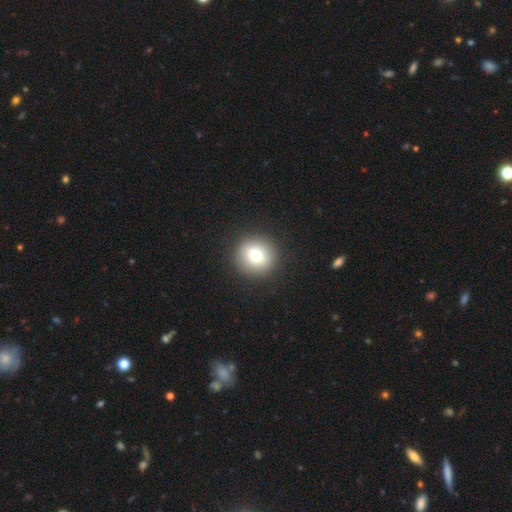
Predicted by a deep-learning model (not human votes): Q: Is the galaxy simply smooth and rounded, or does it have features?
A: smooth — 76%.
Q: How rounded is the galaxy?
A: round — 91%.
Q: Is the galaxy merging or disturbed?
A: none — 91%.